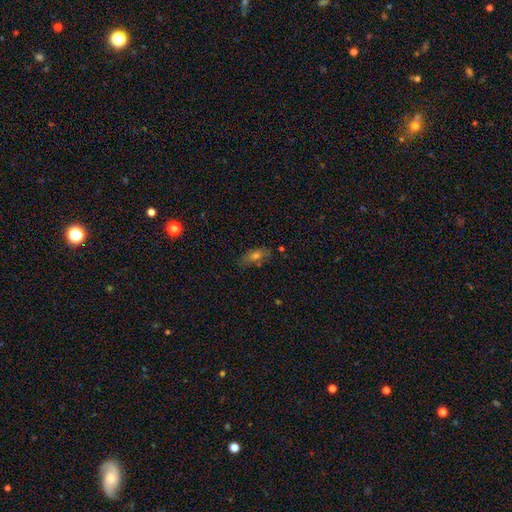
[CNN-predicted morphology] Smooth or featured? smooth (59%)
How rounded? in between (69%)
Merging? none (75%)